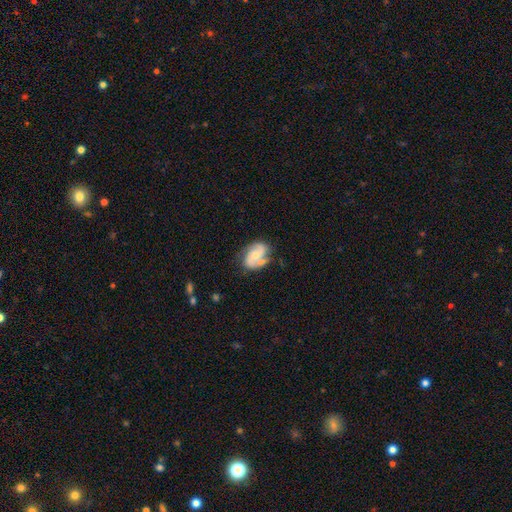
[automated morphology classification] Smooth or featured?
  - featured or disk: 68% *
  - smooth: 25%
  - star or artifact: 6%
Edge-on disk?
  - no: 97% *
  - yes: 3%
Bar?
  - no: 63% *
  - weak: 29%
  - strong: 8%
Spiral arms?
  - yes: 87% *
  - no: 13%
Spiral winding?
  - medium: 46% *
  - tight: 27%
  - loose: 27%
Spiral arm count?
  - 2: 80% *
  - can't tell: 10%
  - 3: 4%
  - 1: 4%
  - 4: 1%
  - more than 4: 1%
Bulge size?
  - moderate: 51% *
  - small: 43%
  - large: 3%
  - none: 2%
  - dominant: 1%
Merging?
  - none: 55% *
  - minor disturbance: 24%
  - merger: 12%
  - major disturbance: 9%